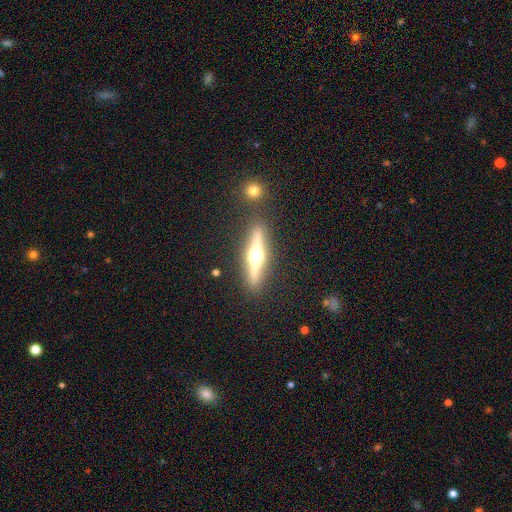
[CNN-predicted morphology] featured or disk 76%, smooth 17%, star or artifact 7%. Down the decision tree: edge-on disk — yes (97%); edge-on bulge — rounded (96%); merging — none (87%).